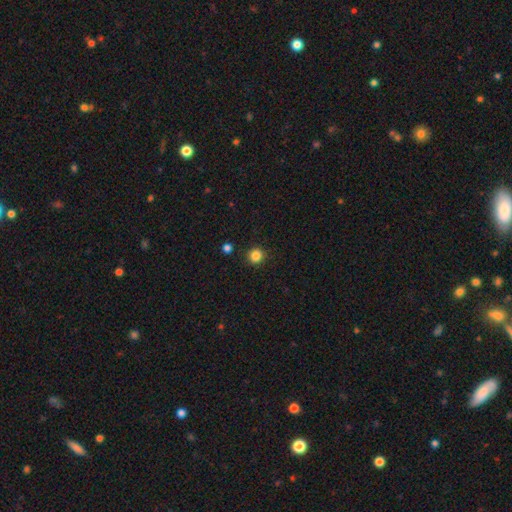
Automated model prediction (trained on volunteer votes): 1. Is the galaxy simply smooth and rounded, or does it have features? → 84% smooth, 12% star or artifact, 4% featured or disk.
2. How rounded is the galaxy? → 93% round, 6% in between, 1% cigar-shaped.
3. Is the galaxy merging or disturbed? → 91% none, 6% minor disturbance, 2% major disturbance, 2% merger.